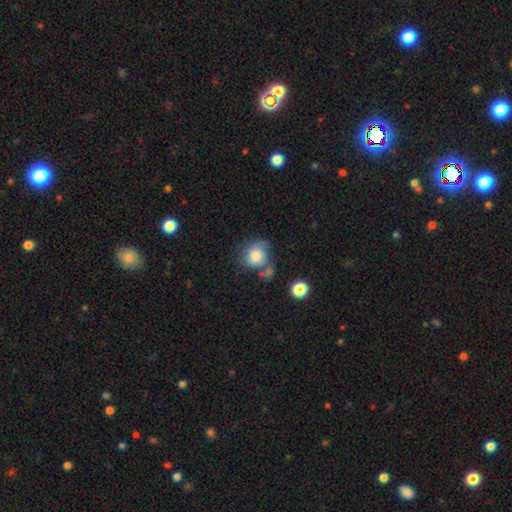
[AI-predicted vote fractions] This is likely a smooth galaxy (73%). How rounded: likely round (70%). Merging: marginally none (40%).